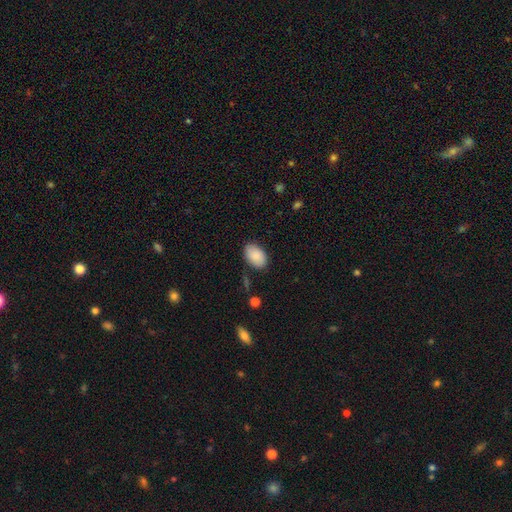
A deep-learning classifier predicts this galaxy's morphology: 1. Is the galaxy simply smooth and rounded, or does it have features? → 89% smooth, 6% star or artifact, 5% featured or disk.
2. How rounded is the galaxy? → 90% in between, 9% round, 1% cigar-shaped.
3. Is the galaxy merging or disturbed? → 84% none, 12% minor disturbance, 3% major disturbance, 1% merger.